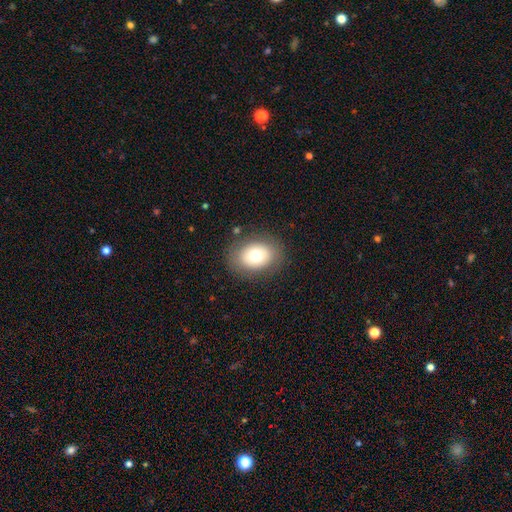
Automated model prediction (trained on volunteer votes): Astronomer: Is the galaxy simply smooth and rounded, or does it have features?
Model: smooth — 73%.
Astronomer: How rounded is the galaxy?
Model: in between — 61% (runner-up: round, 38%).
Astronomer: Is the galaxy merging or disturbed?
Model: none — 84%.